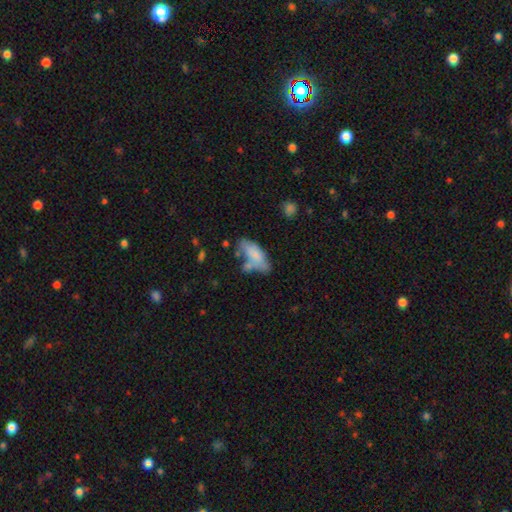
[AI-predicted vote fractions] Overall: smooth (73%). How rounded: in between (79%). Merging: none (42%; minor disturbance 26%).